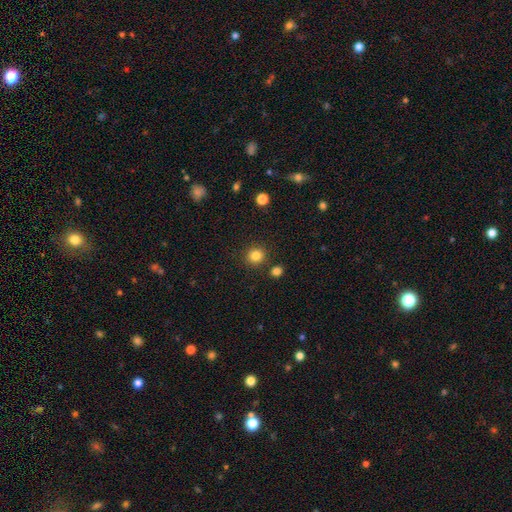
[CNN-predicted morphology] smooth_or_featured: smooth (p=0.83) [alt: star or artifact p=0.12]
how_rounded: round (p=0.90) [alt: in between p=0.10]
merging: none (p=0.88) [alt: minor disturbance p=0.06]